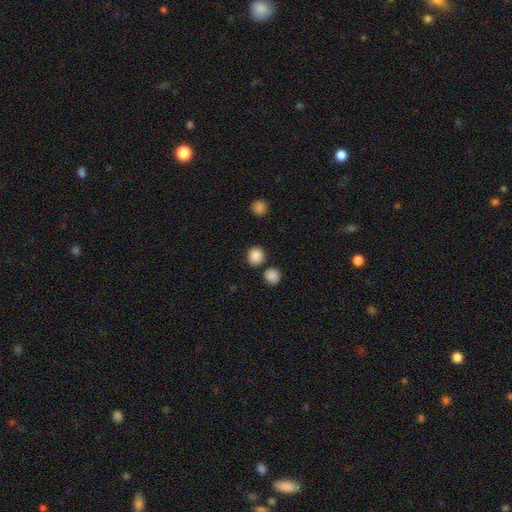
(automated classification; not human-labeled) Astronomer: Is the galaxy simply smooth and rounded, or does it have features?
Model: smooth — 87%.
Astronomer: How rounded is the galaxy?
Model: round — 84%.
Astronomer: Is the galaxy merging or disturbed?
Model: none — 81%.